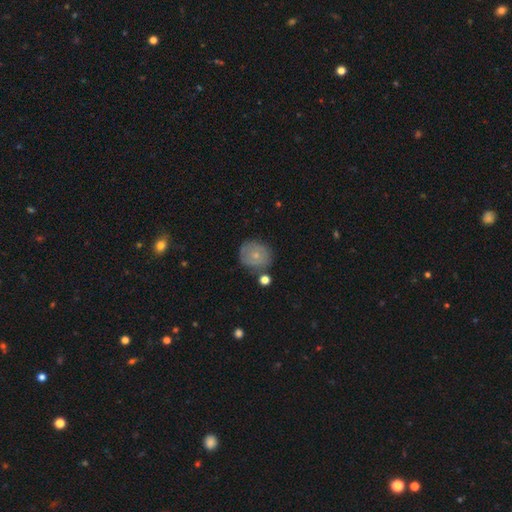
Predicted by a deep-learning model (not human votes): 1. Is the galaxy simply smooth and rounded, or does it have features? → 54% smooth, 38% featured or disk, 8% star or artifact.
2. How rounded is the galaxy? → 79% round, 20% in between, 1% cigar-shaped.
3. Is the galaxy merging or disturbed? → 71% none, 18% minor disturbance, 6% merger, 5% major disturbance.